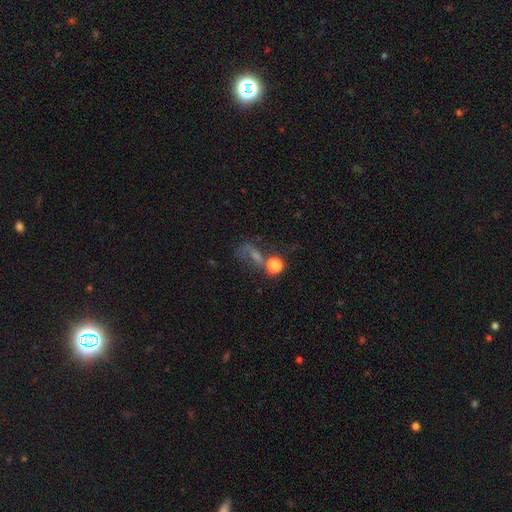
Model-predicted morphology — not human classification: Smooth or featured? Predicted: star or artifact (p=0.36, tied with smooth).